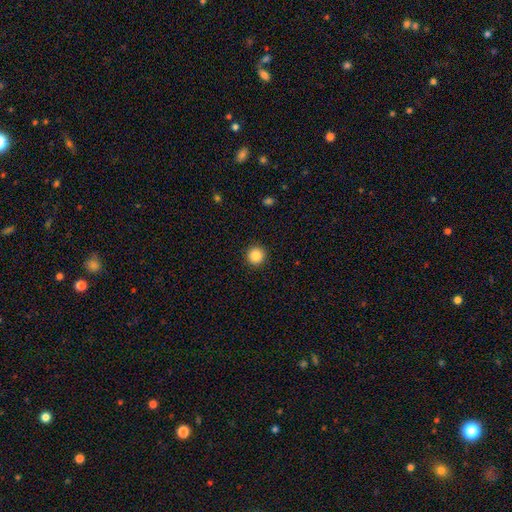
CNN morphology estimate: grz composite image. It shows a smooth galaxy with no disk features (87%) that is round (96%). Merging: none (93%).